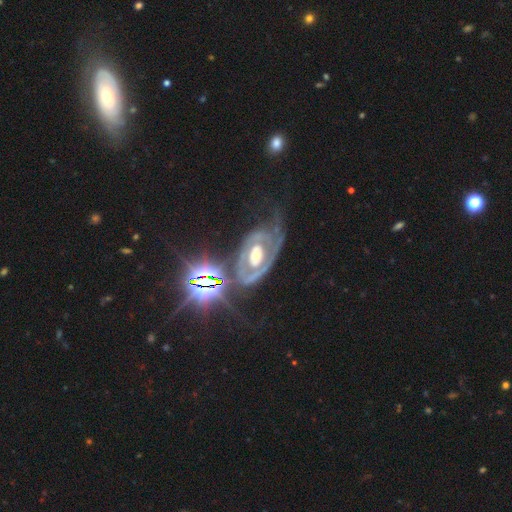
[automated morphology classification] featured or disk 80%, star or artifact 12%, smooth 8%. Down the decision tree: edge-on disk — no (95%); bar — no (56%); spiral arms — yes (82%); spiral arm count — 2 (57%); spiral winding — tight (51%); bulge size — moderate (64%); merging — none (48%).